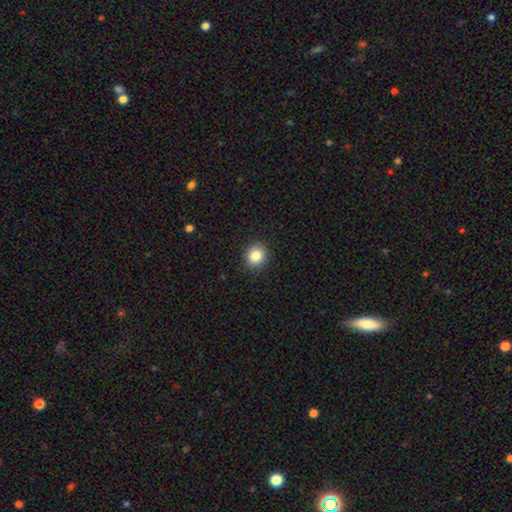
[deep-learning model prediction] This is clearly a smooth galaxy (84%). How rounded: clearly round (86%). Merging: clearly none (92%).